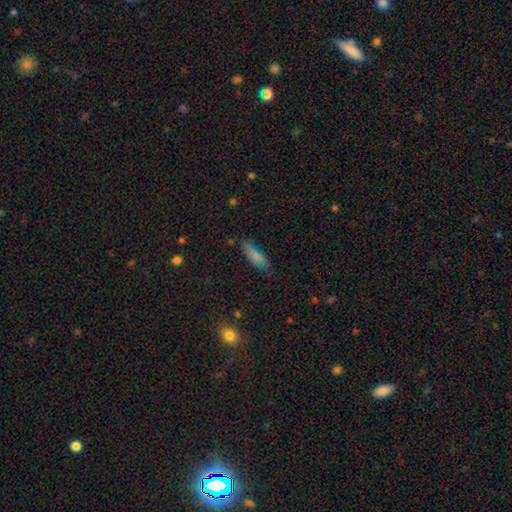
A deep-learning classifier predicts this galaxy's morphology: The model was most divided on "how rounded": cigar-shaped: 53%, in between: 45%, round: 3%. More confident: smooth or featured — smooth (77%); merging — none (65%).